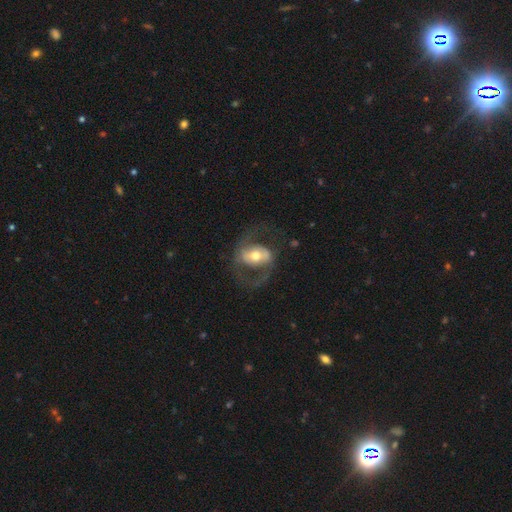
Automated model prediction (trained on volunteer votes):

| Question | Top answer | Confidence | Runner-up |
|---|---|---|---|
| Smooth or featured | featured or disk | 77% | smooth (17%) |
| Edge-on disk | no | 96% | yes (4%) |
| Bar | strong | 35% | tied: weak (35%) |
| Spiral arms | yes | 81% | no (19%) |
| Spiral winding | medium | 51% | loose (35%) |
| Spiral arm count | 2 | 89% | can't tell (5%) |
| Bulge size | moderate | 70% | small (16%) |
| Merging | none | 63% | major disturbance (20%) |